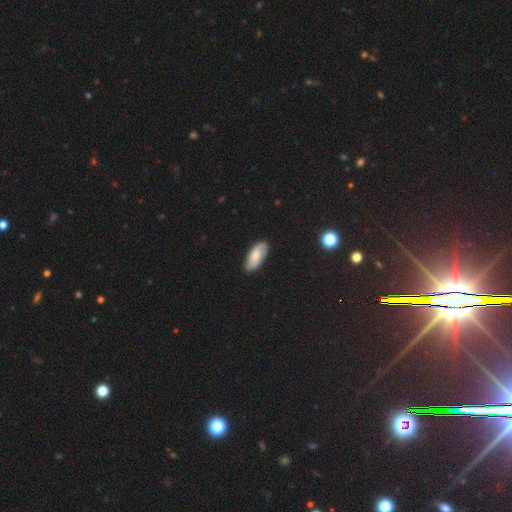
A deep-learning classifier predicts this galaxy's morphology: Overall: smooth (59%; featured or disk 35%). How rounded: in between (86%). Merging: none (83%).